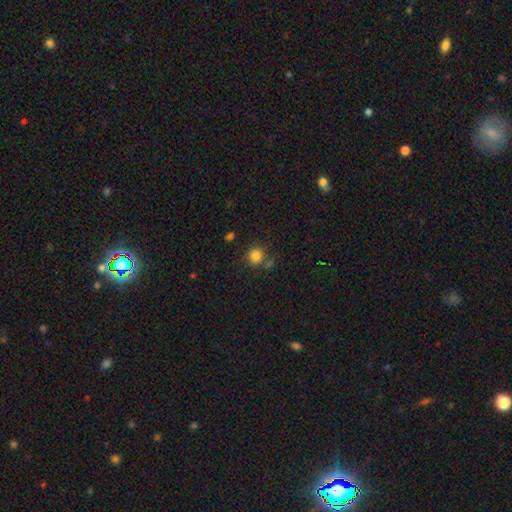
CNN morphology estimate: Q: Smooth or featured?
A: smooth (84%); runner-up: star or artifact (12%)
Q: How rounded?
A: round (89%); runner-up: in between (10%)
Q: Merging?
A: none (76%); runner-up: merger (11%)